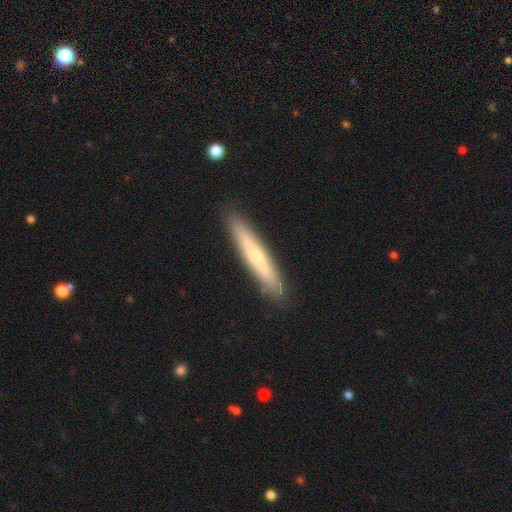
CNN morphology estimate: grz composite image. It shows a smooth galaxy with no disk features (55%) that is cigar-shaped (94%). Merging: none (90%).